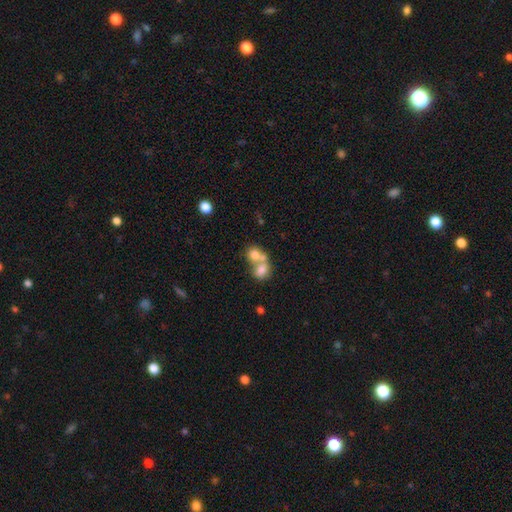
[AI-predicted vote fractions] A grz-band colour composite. It shows a smooth galaxy with no disk features (70%) that is round (59%). Merging: merger (68%).